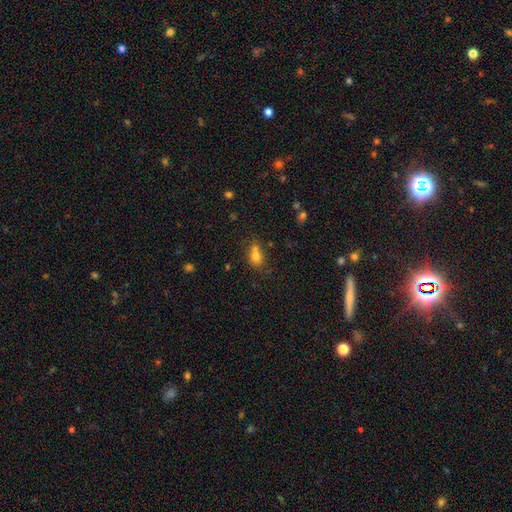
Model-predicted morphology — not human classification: The model was most divided on "how rounded" (2-way tie): in between: 49%, round: 49%, cigar-shaped: 2%. Remaining: smooth or featured — smooth (74%); merging — merger (45%).